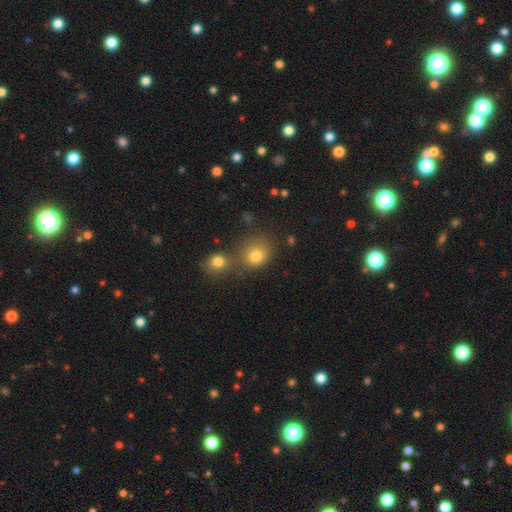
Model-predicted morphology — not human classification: A smooth galaxy with no disk features (79%) that is round (75%). Merging: none (51%).